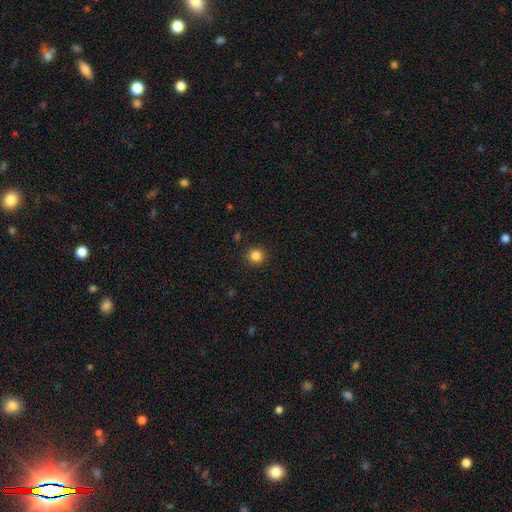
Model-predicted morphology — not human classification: This is clearly a smooth galaxy (85%). How rounded: clearly round (93%). Merging: clearly none (91%).